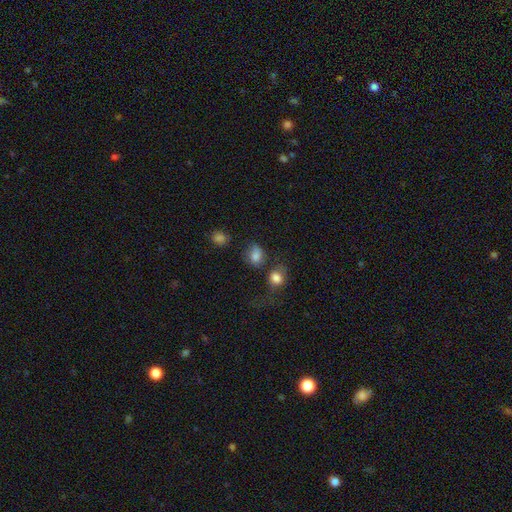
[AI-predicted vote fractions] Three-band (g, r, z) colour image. It shows a smooth galaxy with no disk features (78%) that is round (55%). Merging: none (52%).